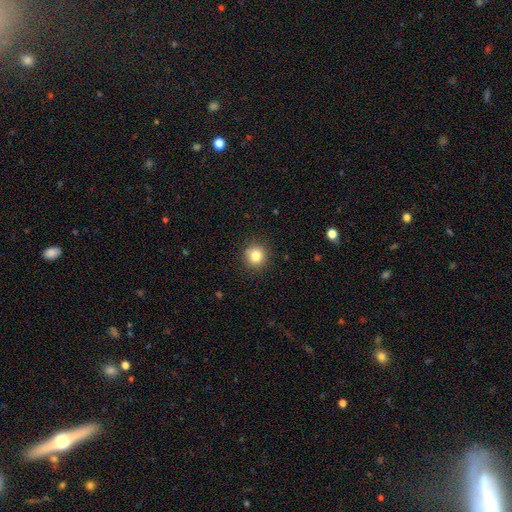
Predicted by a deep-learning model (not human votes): smooth-or-featured: smooth: 82% | star or artifact: 11% | featured or disk: 7%
  how-rounded: round: 93% | in between: 6% | cigar-shaped: 1%
  merging: none: 89% | minor disturbance: 8% | major disturbance: 2% | merger: 1%